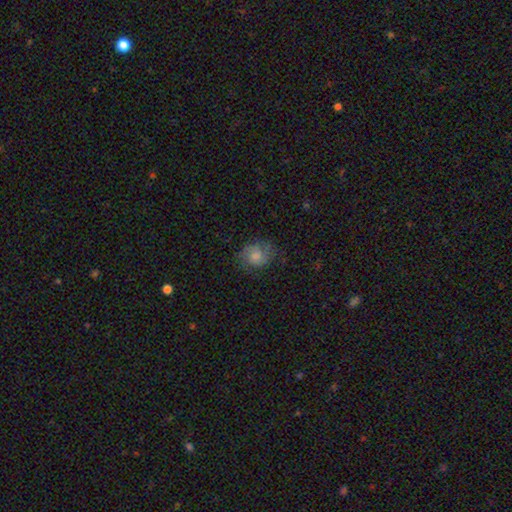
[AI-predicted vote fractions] Q: Smooth or featured?
A: smooth (54%); runner-up: featured or disk (34%)
Q: How rounded?
A: round (65%); runner-up: in between (34%)
Q: Merging?
A: none (70%); runner-up: minor disturbance (20%)